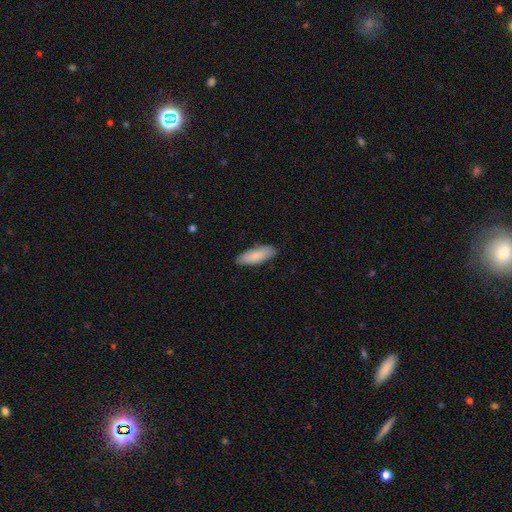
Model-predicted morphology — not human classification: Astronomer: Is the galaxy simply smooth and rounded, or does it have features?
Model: smooth — 84%.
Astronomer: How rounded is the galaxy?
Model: in between — 56% (runner-up: cigar-shaped, 42%).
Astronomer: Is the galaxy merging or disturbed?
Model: none — 86%.